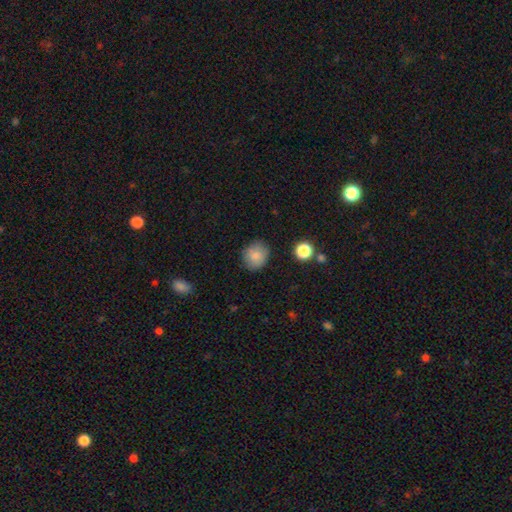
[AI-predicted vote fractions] A smooth galaxy with no disk features (82%) that is round (73%).

Vote fractions:
- Smooth or featured? smooth: 82% / star or artifact: 9% / featured or disk: 8%
- How rounded? round: 73% / in between: 26% / cigar-shaped: 1%
- Merging? none: 81% / minor disturbance: 14% / major disturbance: 3% / merger: 2%